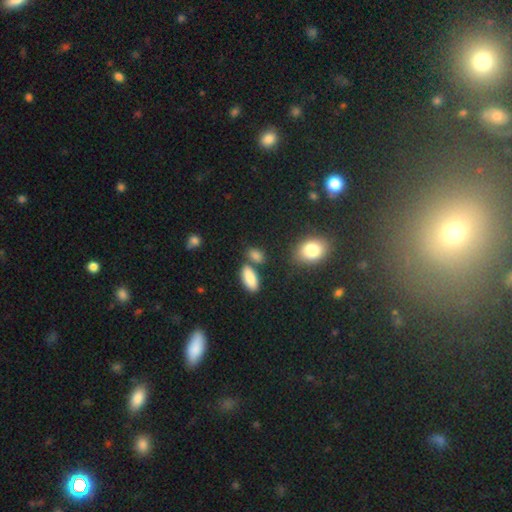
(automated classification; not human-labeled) smooth 84%, star or artifact 10%, featured or disk 6%. Down the decision tree: how rounded — in between (77%); merging — none (66%).